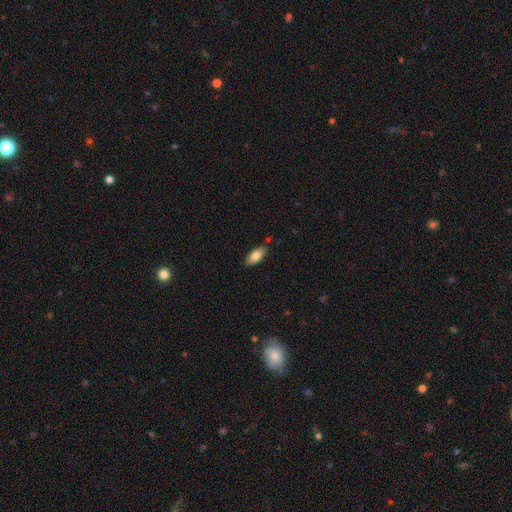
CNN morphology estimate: Q: Smooth or featured?
A: smooth (81%); runner-up: featured or disk (12%)
Q: How rounded?
A: in between (88%); runner-up: cigar-shaped (10%)
Q: Merging?
A: none (81%); runner-up: minor disturbance (13%)